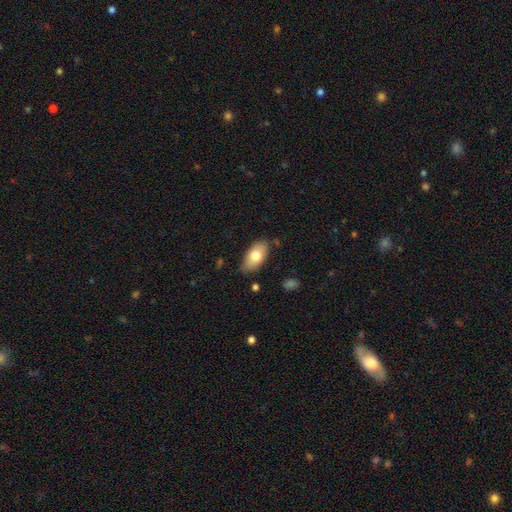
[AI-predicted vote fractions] Q: Smooth or featured?
A: smooth (75%); runner-up: featured or disk (19%)
Q: How rounded?
A: in between (93%); runner-up: round (4%)
Q: Merging?
A: none (79%); runner-up: minor disturbance (16%)